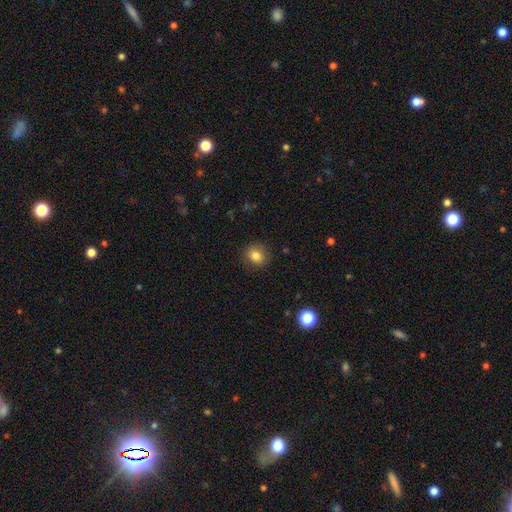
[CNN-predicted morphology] Smooth or featured? Predicted: smooth (p=0.82). How rounded? Predicted: round (p=0.76). Merging? Predicted: none (p=0.85).